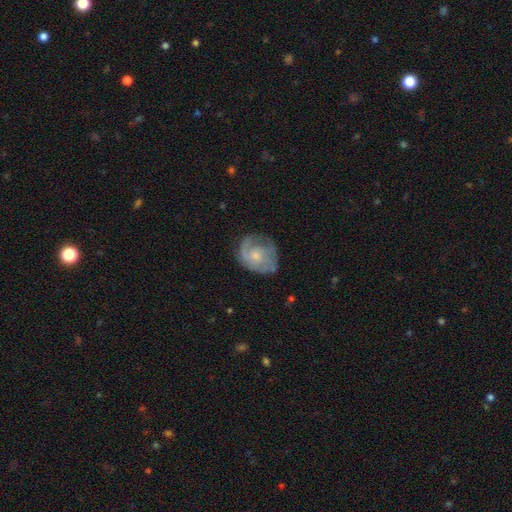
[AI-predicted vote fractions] smooth-or-featured: featured or disk: 65% | smooth: 29% | star or artifact: 6%
  disk-edge-on: no: 97% | yes: 3%
    bar: no: 76% | weak: 21% | strong: 3%
    has-spiral-arms: yes: 83% | no: 17%
      spiral-winding: tight: 46% | medium: 37% | loose: 17%
      spiral-arm-count: 2: 37% | can't tell: 28% | 1: 19% | 3: 11% | 4: 3% | more than 4: 2%
    bulge-size: small: 48% | moderate: 43% | none: 5% | large: 3% | dominant: 1%
  merging: none: 62% | minor disturbance: 24% | major disturbance: 12% | merger: 2%